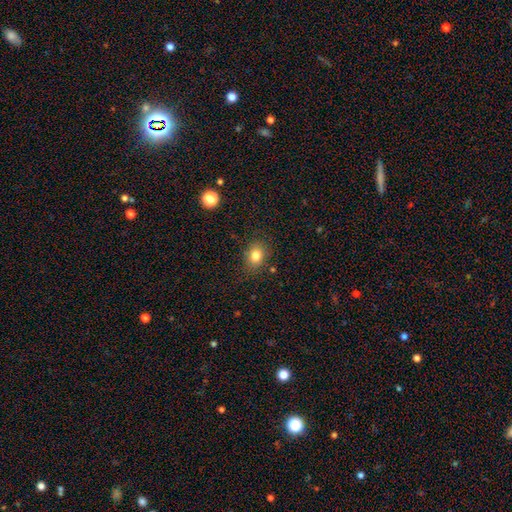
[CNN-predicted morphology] Overall: smooth (81%). How rounded: in between (56%; round 43%). Merging: none (81%).